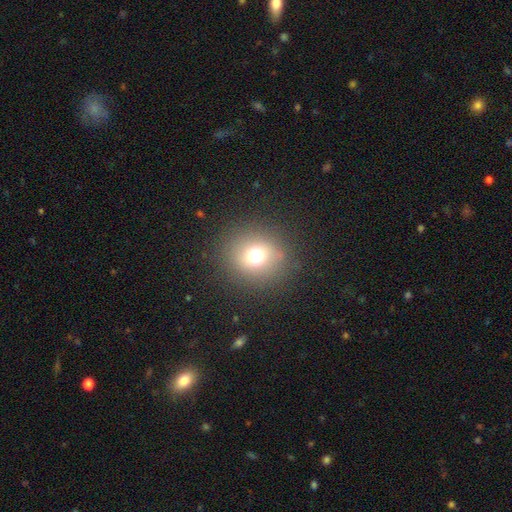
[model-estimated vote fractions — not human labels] This is likely a smooth galaxy (68%). How rounded: clearly round (89%). Merging: clearly none (87%).